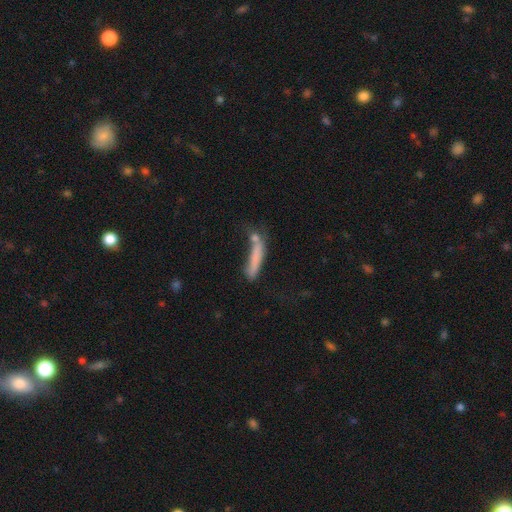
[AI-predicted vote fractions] A smooth galaxy with no disk features (70%) that is cigar-shaped (87%).

Vote fractions:
- Smooth or featured? smooth: 70% / featured or disk: 20% / star or artifact: 10%
- How rounded? cigar-shaped: 87% / in between: 11% / round: 2%
- Merging? none: 44% / merger: 22% / minor disturbance: 20% / major disturbance: 14%